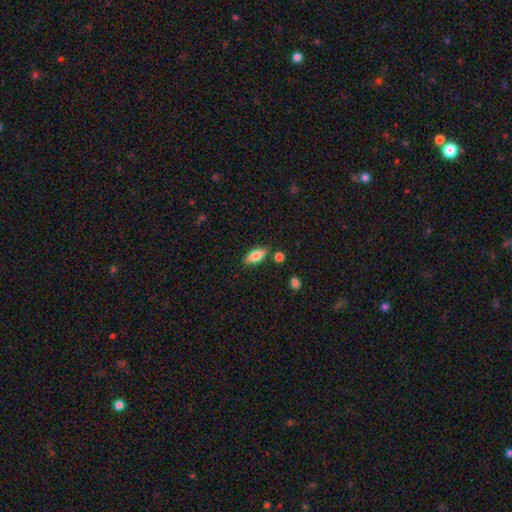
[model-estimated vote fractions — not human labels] This appears to be a smooth galaxy with no disk features (73%) that is in between round and cigar-shaped (74%). Merging: none (81%).